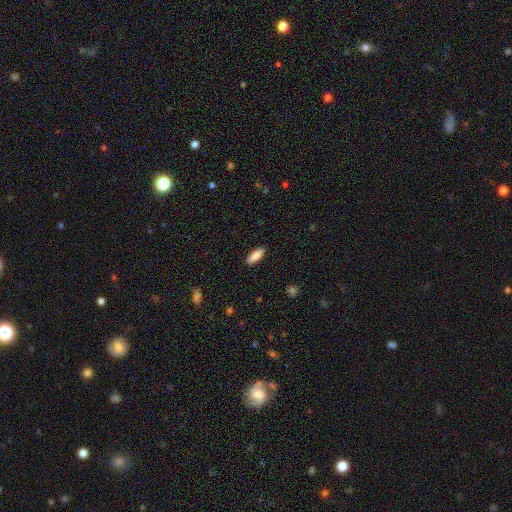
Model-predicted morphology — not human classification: Smooth or featured: smooth — 86% (featured or disk — 8%)
How rounded: in between — 66% (cigar-shaped — 32%)
Merging: none — 90% (minor disturbance — 8%)